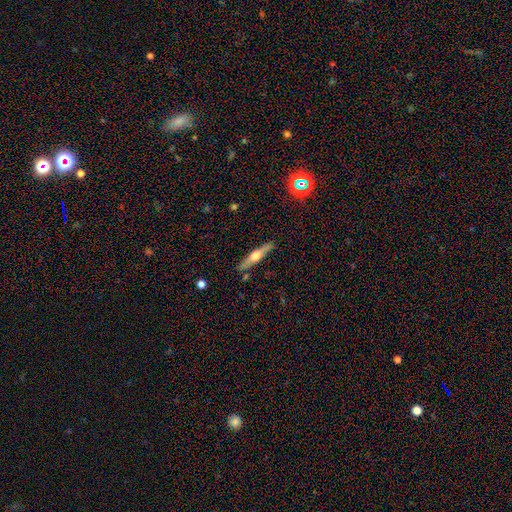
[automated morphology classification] Smooth or featured: featured or disk — 57% (smooth — 37%)
Edge-on disk: yes — 95% (no — 5%)
Edge-on bulge: rounded — 89% (boxy — 6%)
Merging: none — 84% (minor disturbance — 11%)